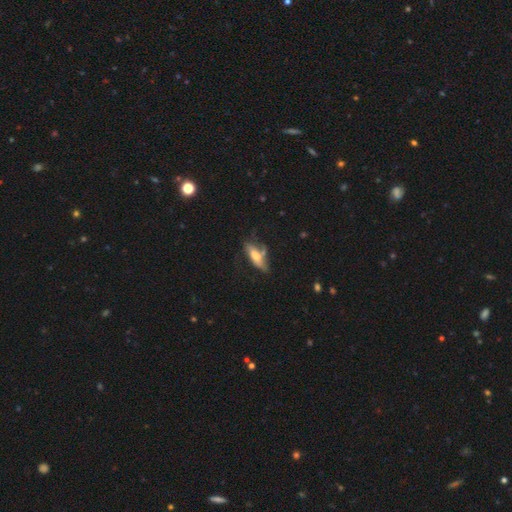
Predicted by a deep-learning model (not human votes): Smooth or featured? smooth (56%)
How rounded? in between (65%)
Merging? none (39%)